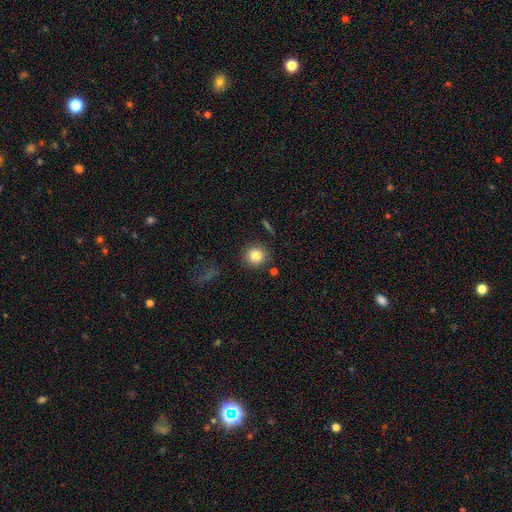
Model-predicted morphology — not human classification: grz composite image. It shows a smooth galaxy with no disk features (83%) that is round (92%). Merging: none (87%).